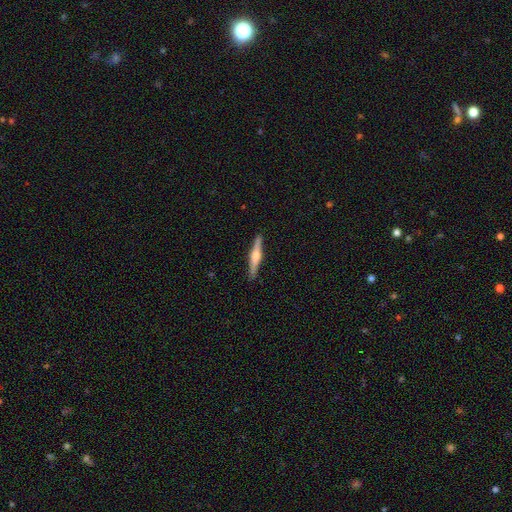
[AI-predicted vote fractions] This is likely a featured or disk galaxy (68%). It is clearly viewed edge-on (98%). Edge-on bulge: clearly rounded (81%). Merging: clearly none (91%).